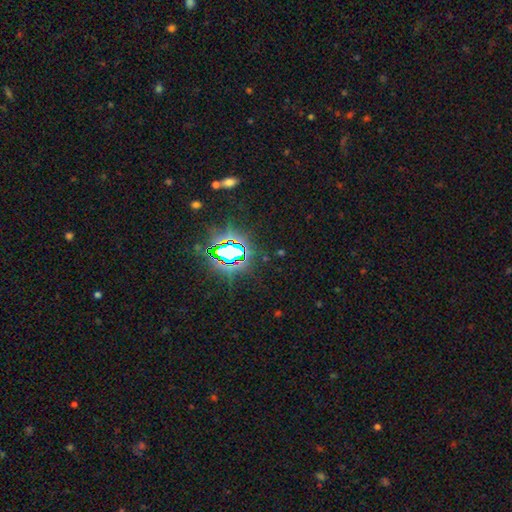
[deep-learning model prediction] The model was most divided on "smooth or featured": star or artifact: 82%, smooth: 10%, featured or disk: 8%.